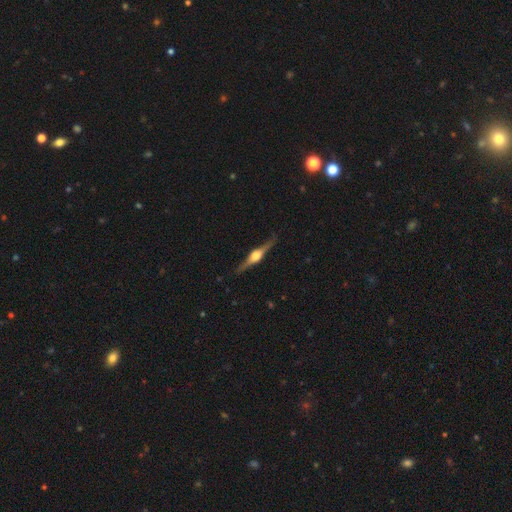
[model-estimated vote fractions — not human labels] A featured or disk galaxy (85%) viewed edge-on (98%) with a rounded central bulge (95%). Merging: none (89%).